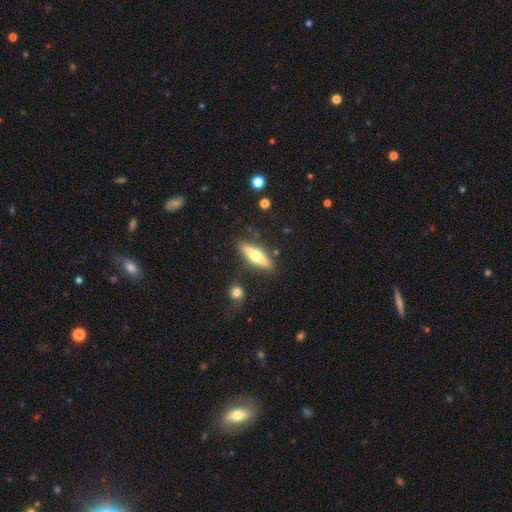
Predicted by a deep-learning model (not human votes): Smooth or featured: featured or disk — 49% (smooth — 45%)
Merging: none — 82% (minor disturbance — 11%)